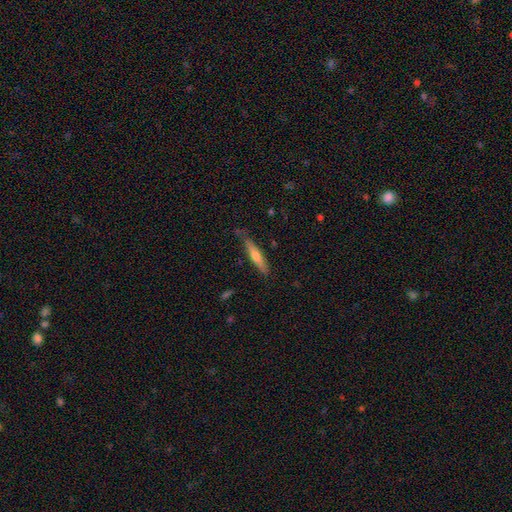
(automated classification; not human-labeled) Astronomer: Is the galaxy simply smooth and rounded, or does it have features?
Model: smooth — 52% (runner-up: featured or disk, 42%).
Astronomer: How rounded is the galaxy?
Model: cigar-shaped — 89%.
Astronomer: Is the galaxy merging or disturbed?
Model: none — 78%.